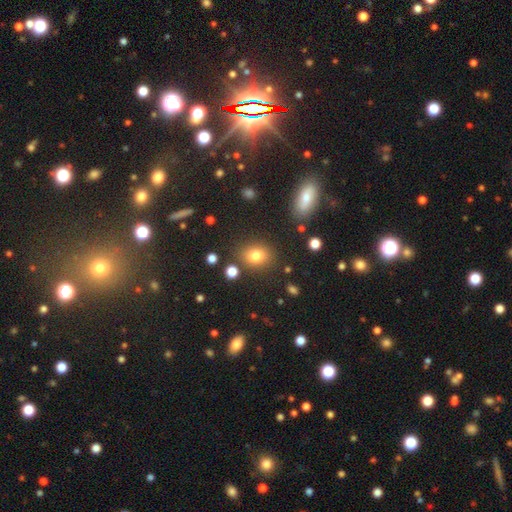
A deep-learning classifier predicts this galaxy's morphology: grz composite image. It shows a smooth galaxy with no disk features (78%) that is round (53%). Merging: none (82%).